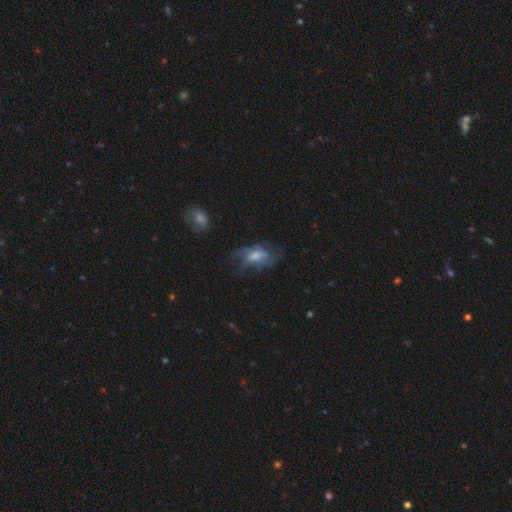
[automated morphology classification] Overall: featured or disk (55%; smooth 36%). Edge-on disk: no (94%). Bar: no (50%; weak 39%). Spiral arms: yes (71%). Bulge size: moderate (40%; small 31%). Merging: none (46%; major disturbance 28%).